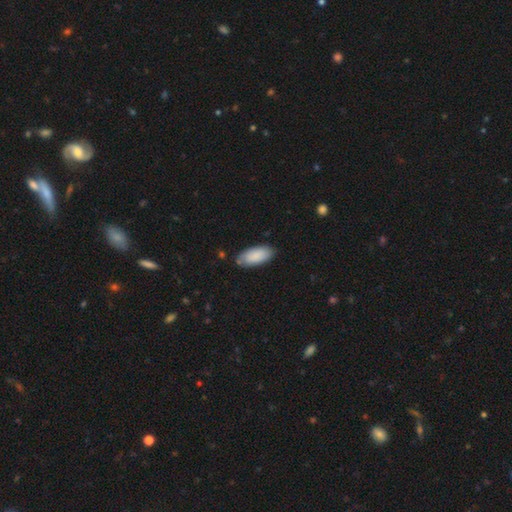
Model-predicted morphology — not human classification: Overall: smooth (87%). How rounded: in between (90%). Merging: none (79%).